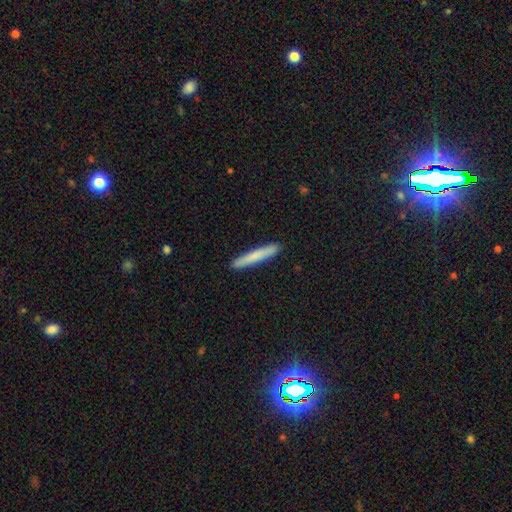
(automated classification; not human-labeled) smooth-or-featured: smooth: 75% | featured or disk: 19% | star or artifact: 6%
  how-rounded: cigar-shaped: 96% | in between: 3% | round: 1%
  merging: none: 92% | minor disturbance: 6% | major disturbance: 1% | merger: 1%